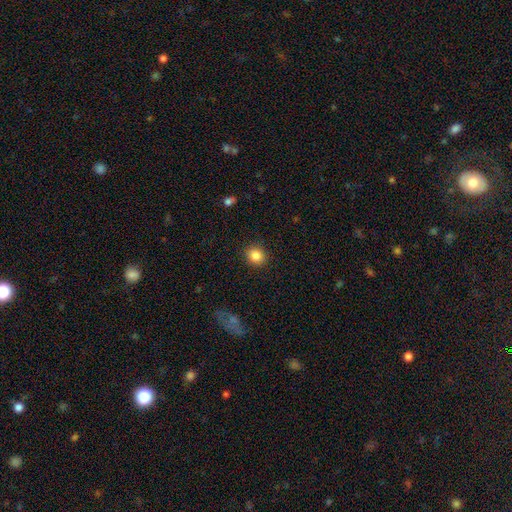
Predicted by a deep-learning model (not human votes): Smooth or featured? Predicted: smooth (p=0.85). How rounded? Predicted: round (p=0.84). Merging? Predicted: none (p=0.91).